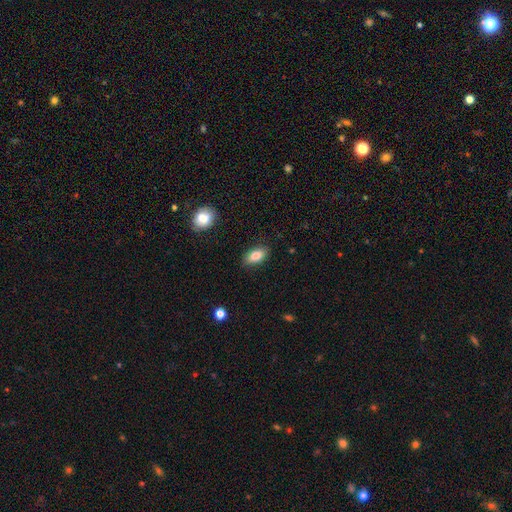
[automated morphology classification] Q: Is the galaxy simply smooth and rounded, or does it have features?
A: smooth — 83%.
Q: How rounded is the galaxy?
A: in between — 89%.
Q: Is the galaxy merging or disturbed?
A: none — 87%.